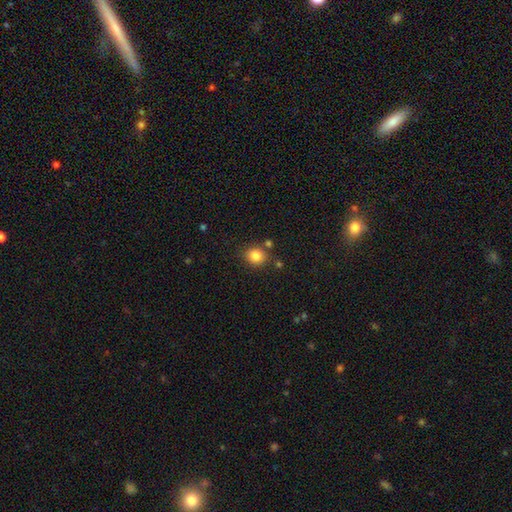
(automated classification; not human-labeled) The model was most divided on "how rounded": round: 81%, in between: 18%, cigar-shaped: 1%. More confident: smooth or featured — smooth (84%); merging — none (80%).